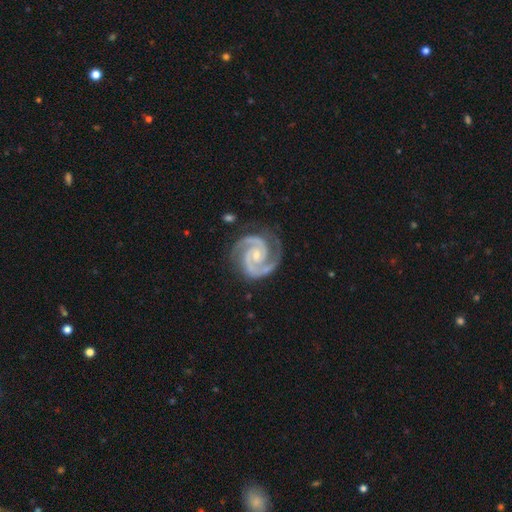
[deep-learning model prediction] Smooth or featured: featured or disk — 94% (star or artifact — 4%)
Edge-on disk: no — 98% (yes — 2%)
Bar: no — 64% (weak — 26%)
Spiral arms: yes — 99% (no — 1%)
Spiral winding: tight — 56% (medium — 40%)
Spiral arm count: 2 — 92% (3 — 3%)
Bulge size: small — 60% (moderate — 35%)
Merging: none — 81% (minor disturbance — 14%)